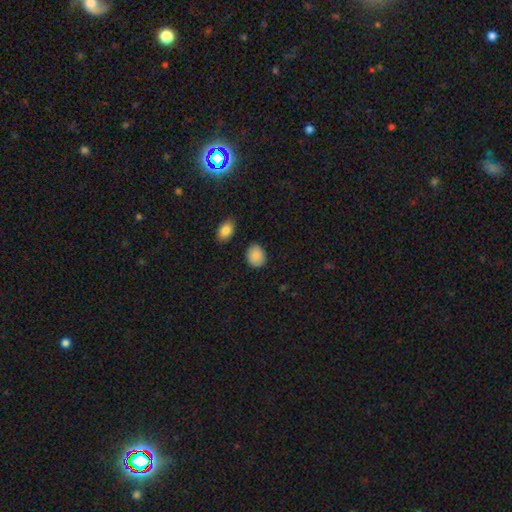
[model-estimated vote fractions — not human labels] Smooth or featured: smooth — 89% (star or artifact — 7%)
How rounded: in between — 51% (round — 47%)
Merging: none — 85% (minor disturbance — 10%)